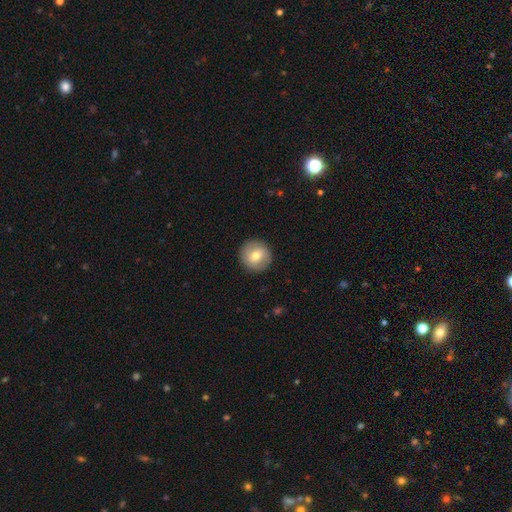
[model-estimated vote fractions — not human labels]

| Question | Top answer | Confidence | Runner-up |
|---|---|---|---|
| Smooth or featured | smooth | 69% | featured or disk (23%) |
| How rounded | round | 94% | in between (5%) |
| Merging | none | 90% | minor disturbance (7%) |